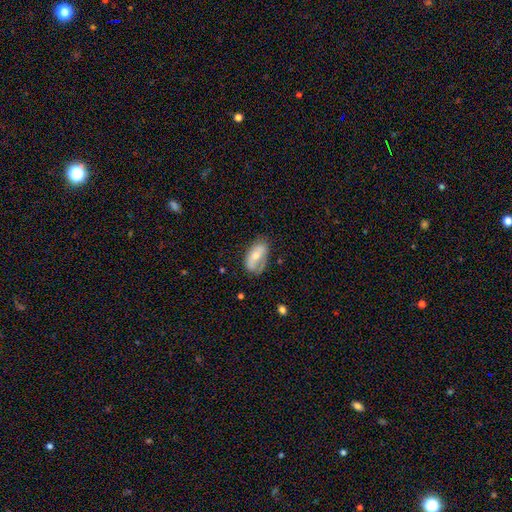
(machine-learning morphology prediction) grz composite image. It shows a smooth galaxy with no disk features (52%) that is in between round and cigar-shaped (91%). Merging: none (54%).